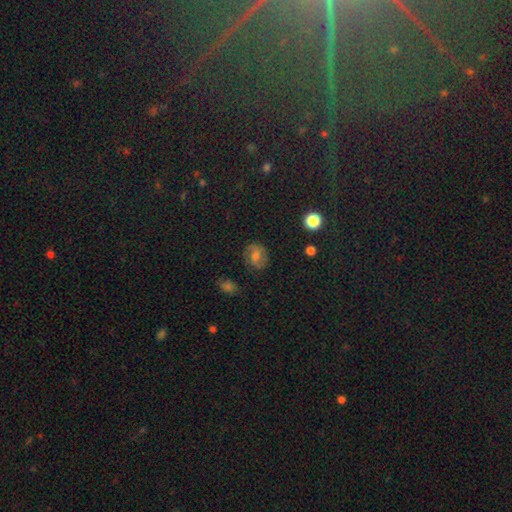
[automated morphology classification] The model was most divided on "smooth or featured": smooth: 42%, featured or disk: 41%, star or artifact: 18%. More confident: merging — none (80%).